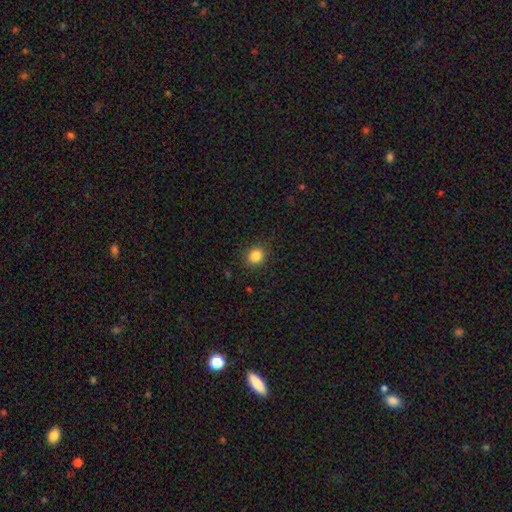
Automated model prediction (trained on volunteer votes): Smooth or featured?
  - smooth: 84% *
  - star or artifact: 11%
  - featured or disk: 5%
How rounded?
  - round: 76% *
  - in between: 23%
  - cigar-shaped: 1%
Merging?
  - none: 89% *
  - minor disturbance: 8%
  - major disturbance: 2%
  - merger: 1%